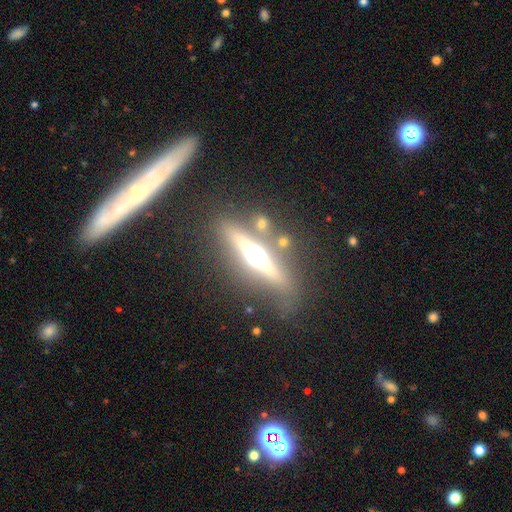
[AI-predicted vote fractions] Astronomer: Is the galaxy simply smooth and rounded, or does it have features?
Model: featured or disk — 77%.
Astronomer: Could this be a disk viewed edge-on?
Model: yes — 95%.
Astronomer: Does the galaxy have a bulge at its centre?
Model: rounded — 93%.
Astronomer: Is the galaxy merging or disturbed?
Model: none — 78%.